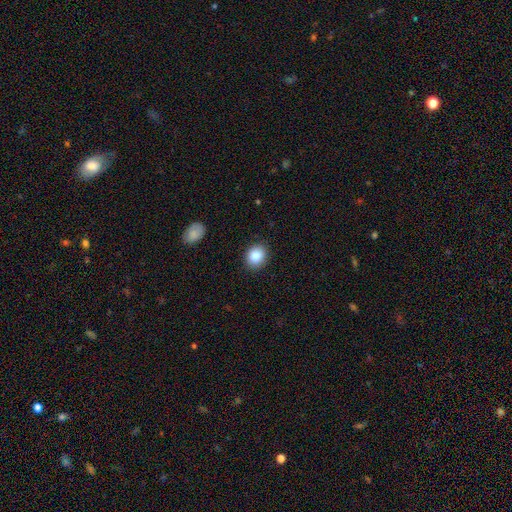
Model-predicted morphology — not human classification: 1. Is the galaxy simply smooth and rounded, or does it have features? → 87% smooth, 8% star or artifact, 5% featured or disk.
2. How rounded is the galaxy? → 53% round, 46% in between, 1% cigar-shaped.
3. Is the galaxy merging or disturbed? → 88% none, 9% minor disturbance, 2% major disturbance, 1% merger.